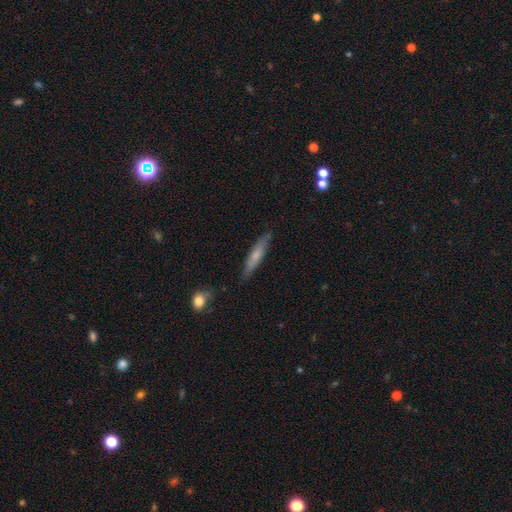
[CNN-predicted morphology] Overall: smooth (60%; featured or disk 34%). How rounded: cigar-shaped (87%). Merging: none (82%).